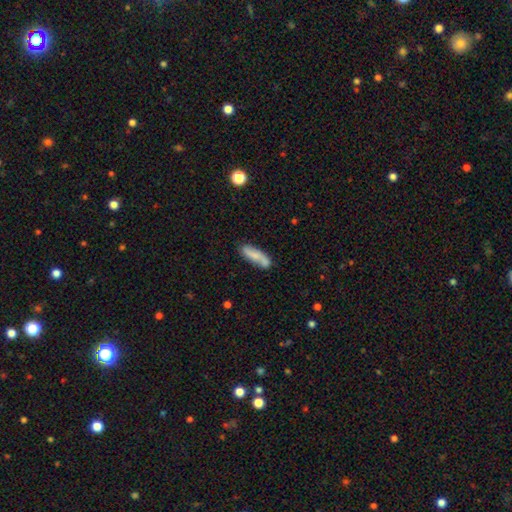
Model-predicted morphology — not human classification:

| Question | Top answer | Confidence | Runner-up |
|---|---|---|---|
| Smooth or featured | smooth | 70% | featured or disk (22%) |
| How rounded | cigar-shaped | 53% | in between (44%) |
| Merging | none | 64% | minor disturbance (20%) |